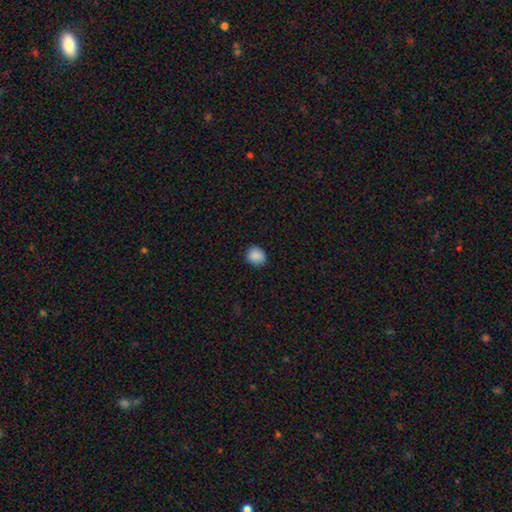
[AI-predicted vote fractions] A smooth galaxy with no disk features (88%) that is round (73%).

Vote fractions:
- Smooth or featured? smooth: 88% / star or artifact: 9% / featured or disk: 3%
- How rounded? round: 73% / in between: 26% / cigar-shaped: 1%
- Merging? none: 84% / minor disturbance: 12% / major disturbance: 2% / merger: 1%